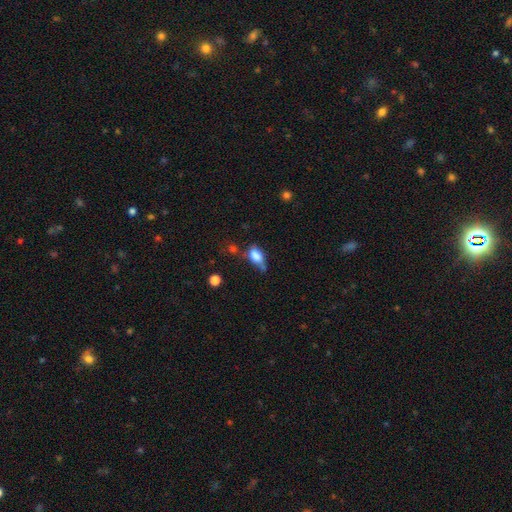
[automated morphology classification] smooth 78%, featured or disk 12%, star or artifact 10%. Down the decision tree: how rounded — in between (86%); merging — minor disturbance (36%).